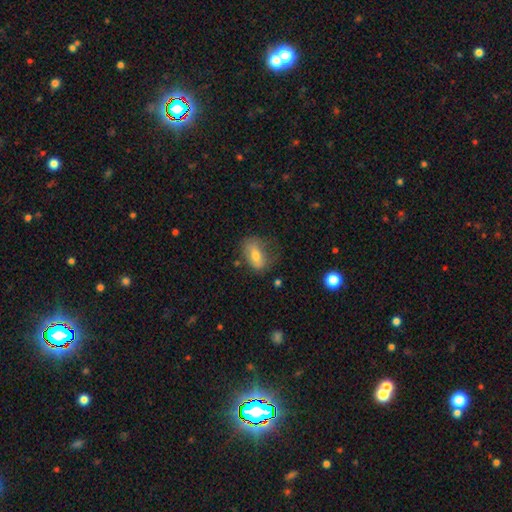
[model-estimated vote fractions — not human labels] smooth 65%, featured or disk 27%, star or artifact 9%. Down the decision tree: how rounded — in between (84%); merging — none (56%).